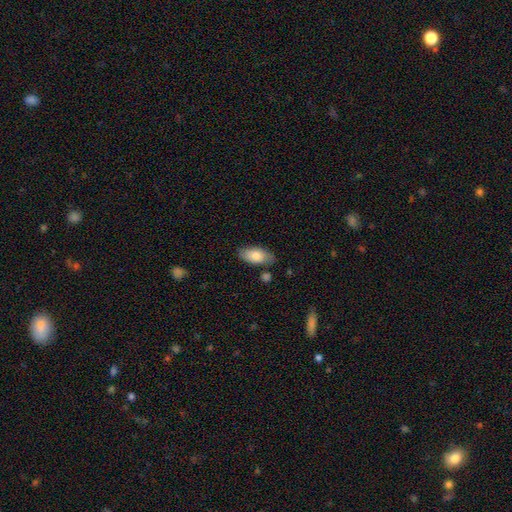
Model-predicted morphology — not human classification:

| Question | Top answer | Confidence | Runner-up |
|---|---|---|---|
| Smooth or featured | smooth | 79% | featured or disk (15%) |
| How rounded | in between | 92% | cigar-shaped (5%) |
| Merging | none | 76% | minor disturbance (16%) |